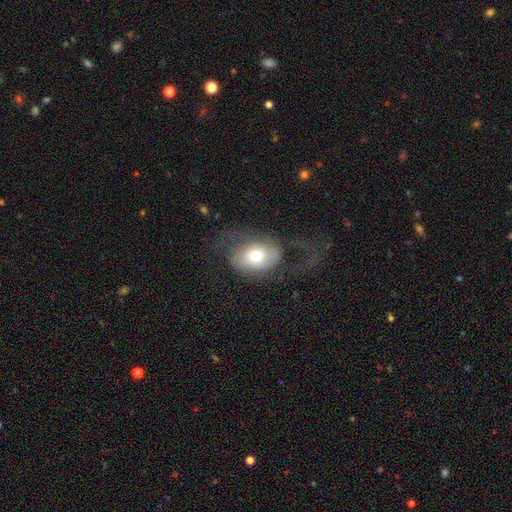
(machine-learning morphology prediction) Smooth or featured?
  - smooth: 57% *
  - featured or disk: 35%
  - star or artifact: 8%
How rounded?
  - in between: 73% *
  - round: 26%
  - cigar-shaped: 1%
Merging?
  - none: 42% *
  - major disturbance: 38%
  - minor disturbance: 18%
  - merger: 2%